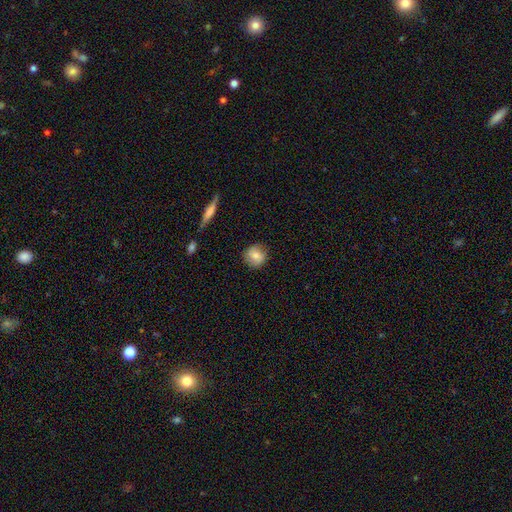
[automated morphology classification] A smooth galaxy with no disk features (73%) that is round (87%). Merging: none (83%).